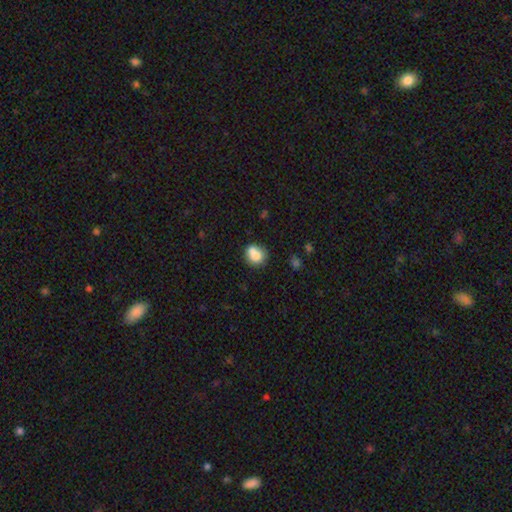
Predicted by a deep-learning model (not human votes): Overall: smooth (74%). How rounded: round (77%). Merging: none (46%; merger 37%).